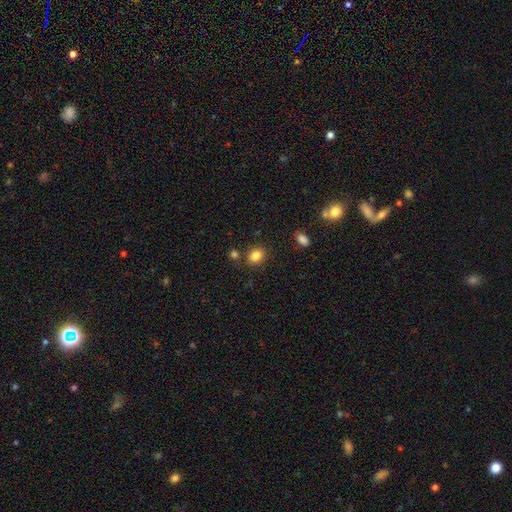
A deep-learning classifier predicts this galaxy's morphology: The model was most divided on "how rounded": in between: 53%, round: 46%, cigar-shaped: 1%. More confident: smooth or featured — smooth (84%); merging — none (80%).